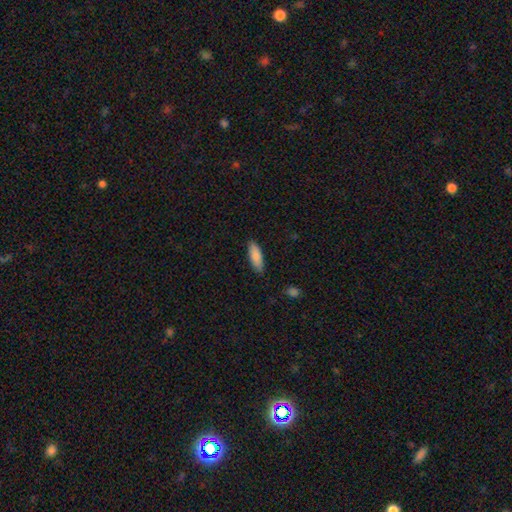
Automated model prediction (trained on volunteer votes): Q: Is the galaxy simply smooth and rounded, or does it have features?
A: smooth — 88%.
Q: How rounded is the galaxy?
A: in between — 60%.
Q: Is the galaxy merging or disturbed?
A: none — 85%.